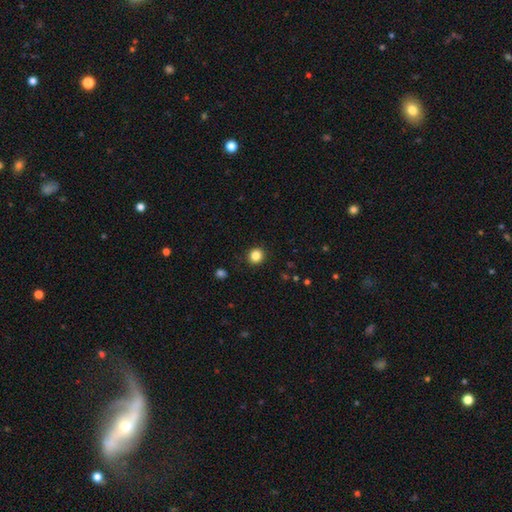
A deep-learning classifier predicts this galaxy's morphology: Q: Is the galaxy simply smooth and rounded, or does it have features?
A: smooth — 85%.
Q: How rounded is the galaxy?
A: round — 91%.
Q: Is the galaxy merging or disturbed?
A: none — 91%.